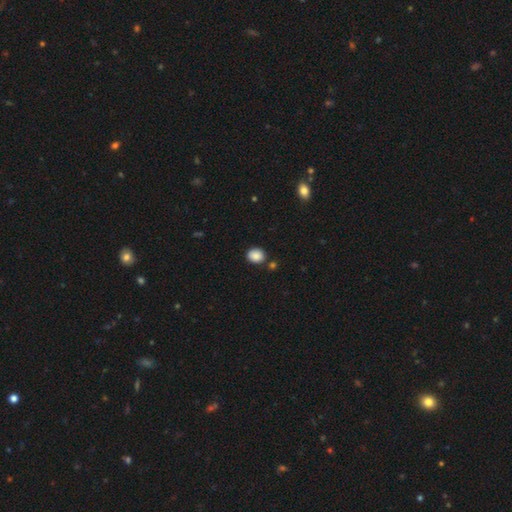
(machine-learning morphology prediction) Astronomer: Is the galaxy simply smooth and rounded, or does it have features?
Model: smooth — 88%.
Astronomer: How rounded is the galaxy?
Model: round — 59% (runner-up: in between, 40%).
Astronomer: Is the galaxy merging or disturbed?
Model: none — 81%.